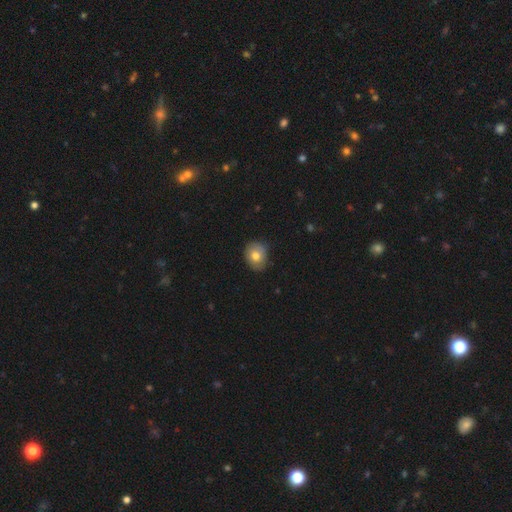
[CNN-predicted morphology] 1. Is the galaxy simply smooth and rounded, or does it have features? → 77% smooth, 14% featured or disk, 9% star or artifact.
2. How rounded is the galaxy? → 61% round, 38% in between, 1% cigar-shaped.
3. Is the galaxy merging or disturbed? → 77% none, 19% minor disturbance, 3% major disturbance, 1% merger.